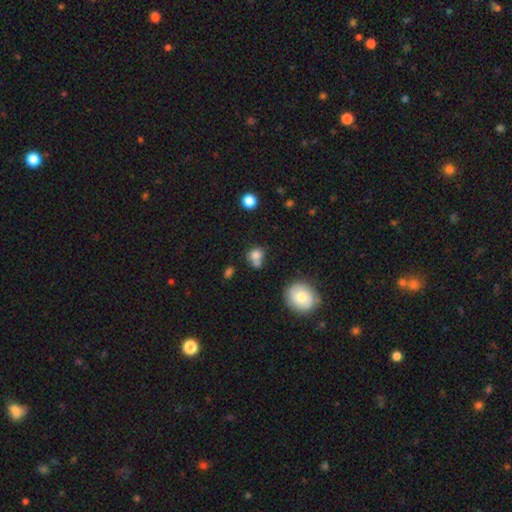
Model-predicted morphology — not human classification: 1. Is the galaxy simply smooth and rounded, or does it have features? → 77% smooth, 11% star or artifact, 11% featured or disk.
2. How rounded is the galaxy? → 69% round, 29% in between, 1% cigar-shaped.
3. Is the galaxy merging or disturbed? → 42% none, 36% merger, 15% minor disturbance, 7% major disturbance.